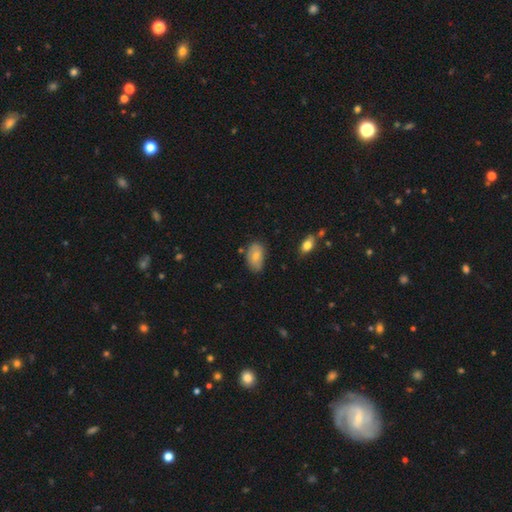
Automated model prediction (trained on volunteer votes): Smooth or featured? smooth (71%)
How rounded? in between (92%)
Merging? none (68%)